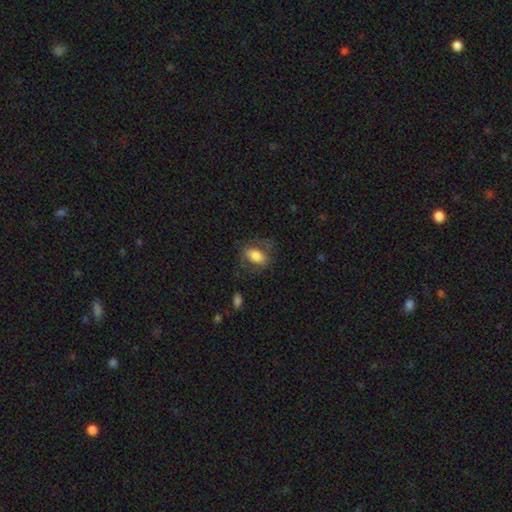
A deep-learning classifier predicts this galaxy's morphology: A smooth galaxy with no disk features (70%) that is in between round and cigar-shaped (85%). Merging: none (63%).